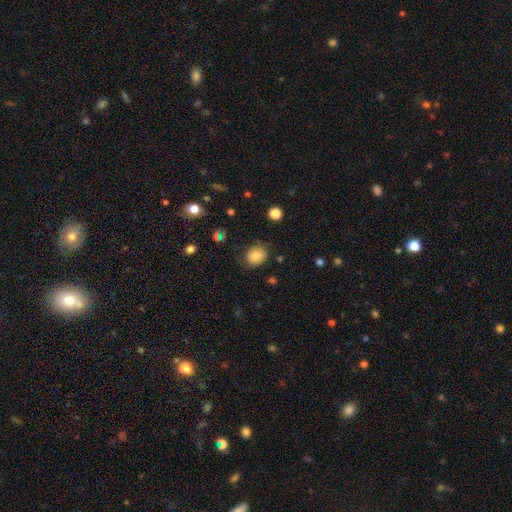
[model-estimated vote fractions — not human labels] This appears to be a smooth galaxy with no disk features (82%) that is round (60%). Merging: none (75%).